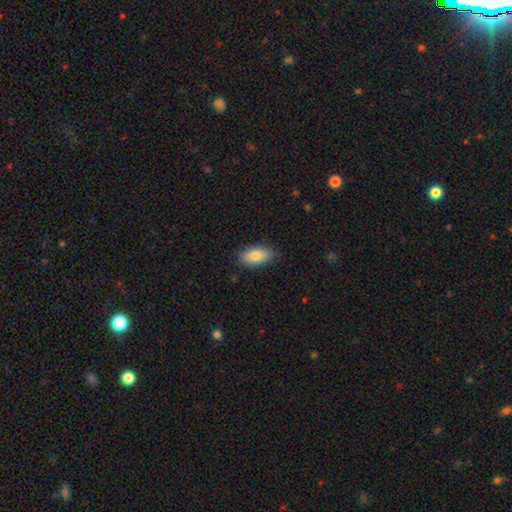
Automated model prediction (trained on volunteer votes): Smooth or featured?
  - smooth: 84% *
  - featured or disk: 9%
  - star or artifact: 7%
How rounded?
  - in between: 90% *
  - cigar-shaped: 7%
  - round: 3%
Merging?
  - none: 87% *
  - minor disturbance: 10%
  - major disturbance: 2%
  - merger: 1%